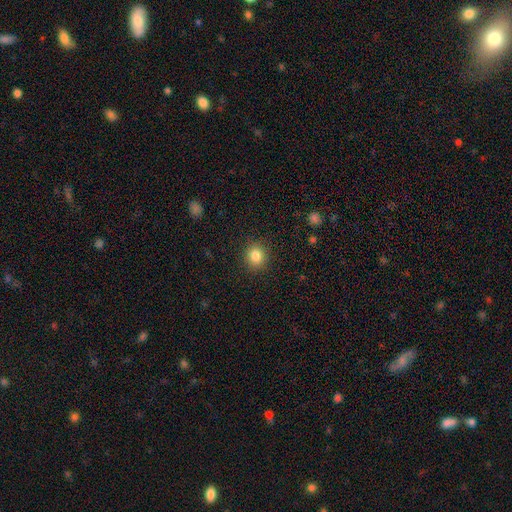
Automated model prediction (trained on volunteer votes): A smooth galaxy with no disk features (84%) that is round (82%).

Vote fractions:
- Smooth or featured? smooth: 84% / star or artifact: 11% / featured or disk: 5%
- How rounded? round: 82% / in between: 18% / cigar-shaped: 1%
- Merging? none: 90% / minor disturbance: 7% / major disturbance: 2% / merger: 1%